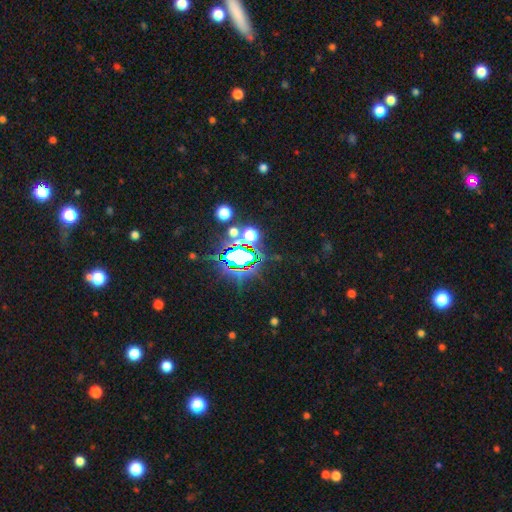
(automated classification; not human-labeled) smooth_or_featured: star or artifact (p=0.79) [alt: smooth p=0.14]